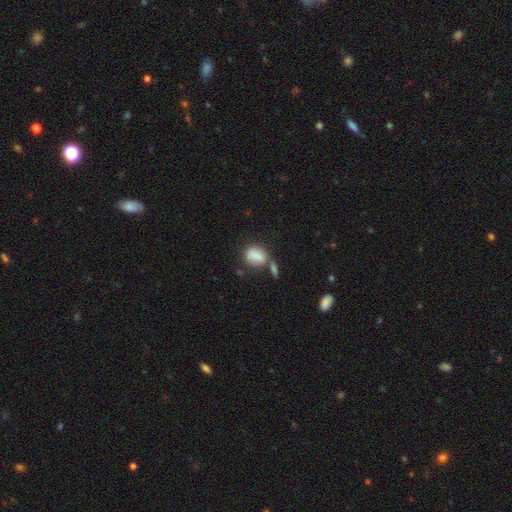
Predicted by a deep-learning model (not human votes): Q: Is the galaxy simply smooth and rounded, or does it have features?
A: smooth — 82%.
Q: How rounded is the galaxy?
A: in between — 63%.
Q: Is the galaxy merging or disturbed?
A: none — 47%.